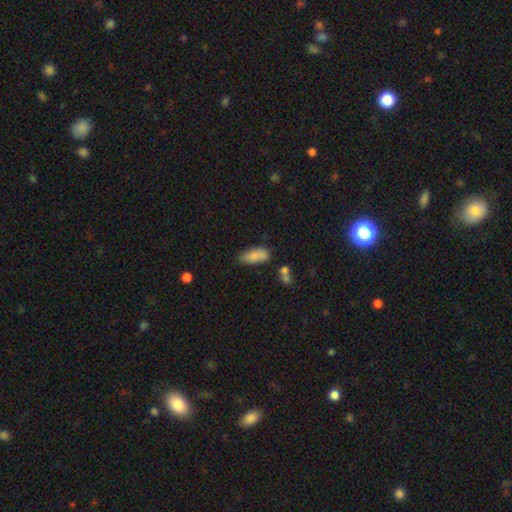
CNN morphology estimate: Smooth or featured? smooth (85%)
How rounded? in between (79%)
Merging? none (64%)